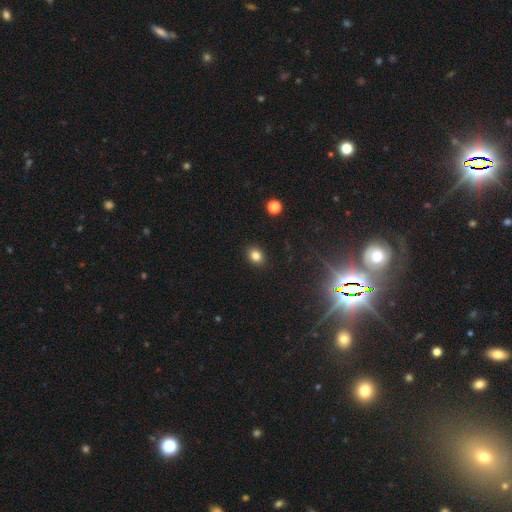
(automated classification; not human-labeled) The model was most divided on "how rounded": in between: 51%, round: 48%, cigar-shaped: 1%. More confident: merging — none (90%); smooth or featured — smooth (82%).